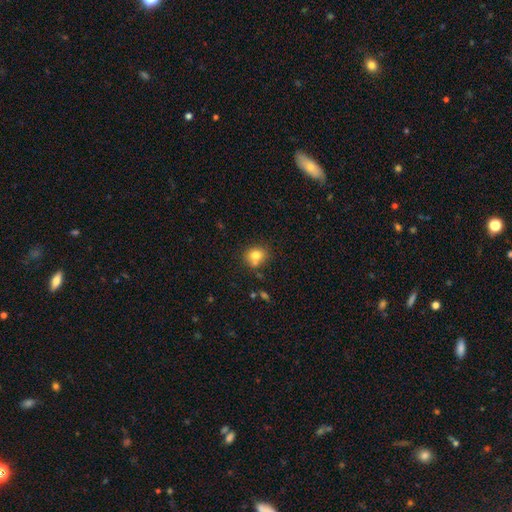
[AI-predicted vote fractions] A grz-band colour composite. It shows a smooth galaxy with no disk features (77%) that is round (75%). Merging: none (64%).